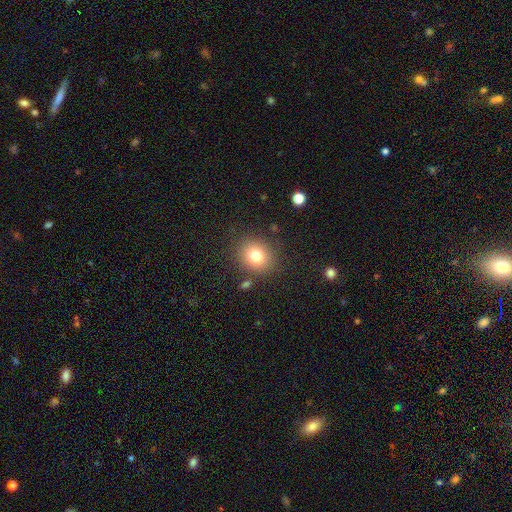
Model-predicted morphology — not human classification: The model was most divided on "how rounded": round: 76%, in between: 24%, cigar-shaped: 1%. More confident: merging — none (84%); smooth or featured — smooth (78%).